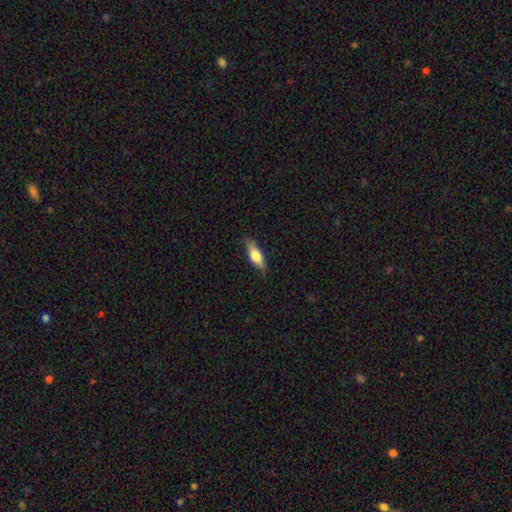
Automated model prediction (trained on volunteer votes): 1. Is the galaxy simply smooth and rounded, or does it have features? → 67% smooth, 27% featured or disk, 6% star or artifact.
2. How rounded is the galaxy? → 58% in between, 39% cigar-shaped, 3% round.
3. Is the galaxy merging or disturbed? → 81% none, 15% minor disturbance, 3% major disturbance, 1% merger.